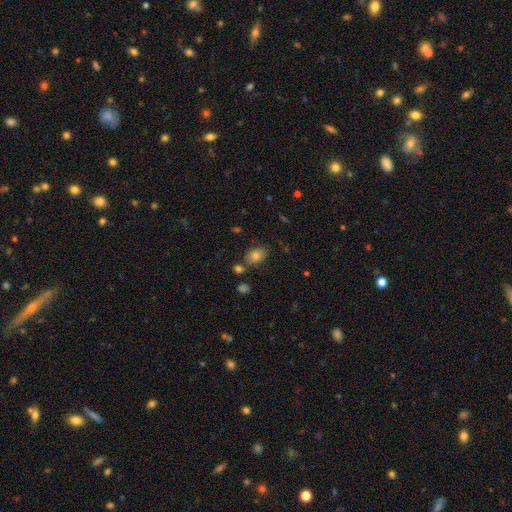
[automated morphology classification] smooth 77%, featured or disk 12%, star or artifact 10%. Down the decision tree: how rounded — in between (76%); merging — none (73%).